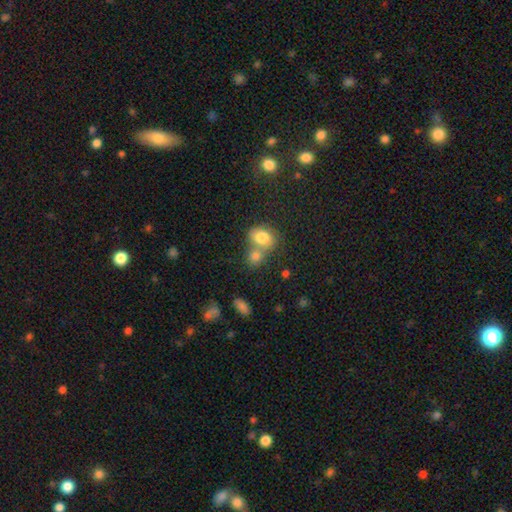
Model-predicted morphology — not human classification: smooth_or_featured: smooth (p=0.78) [alt: featured or disk p=0.11]
how_rounded: in between (p=0.50) [alt: round p=0.49]
merging: merger (p=0.55) [alt: none p=0.33]